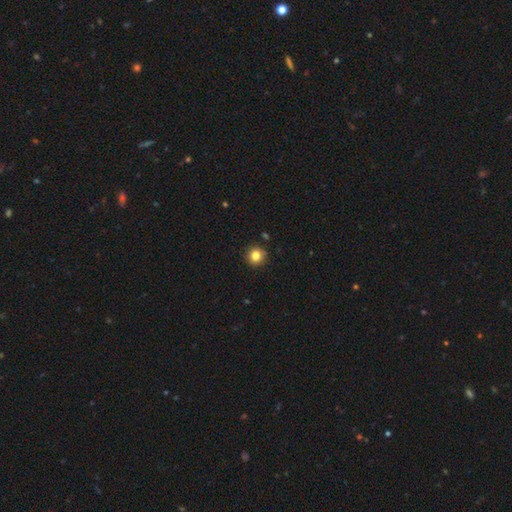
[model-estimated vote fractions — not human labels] A smooth galaxy with no disk features (82%) that is round (94%). Merging: none (91%).